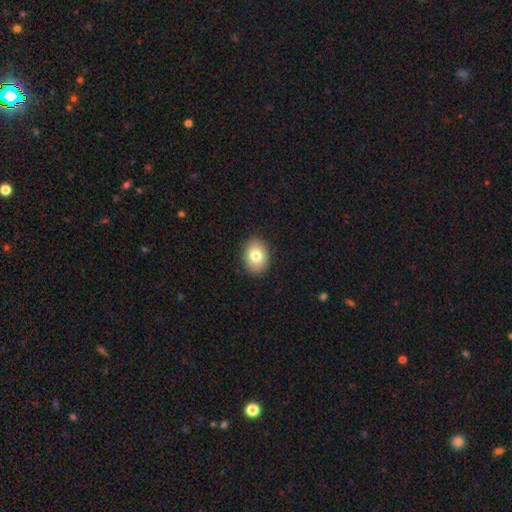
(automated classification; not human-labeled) Smooth or featured? Predicted: smooth (p=0.80). How rounded? Predicted: in between (p=0.59). Merging? Predicted: none (p=0.90).